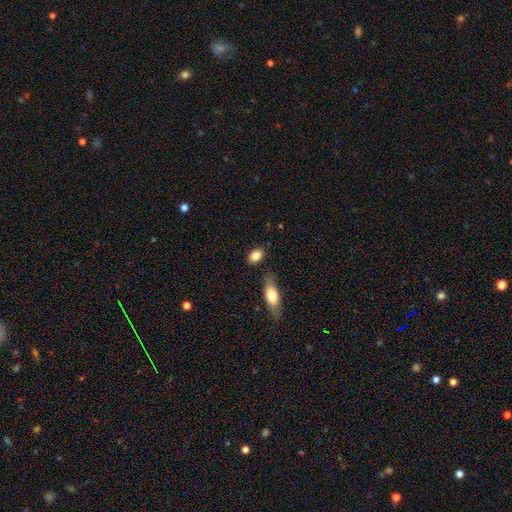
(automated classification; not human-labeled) Overall: smooth (84%). How rounded: in between (78%). Merging: none (80%).